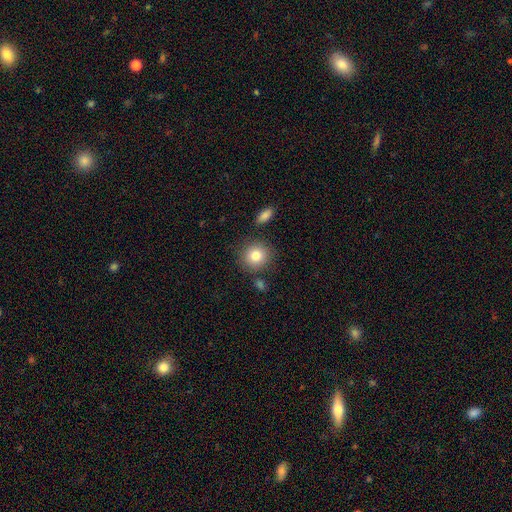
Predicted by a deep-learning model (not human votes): Smooth or featured? smooth (81%)
How rounded? round (89%)
Merging? none (83%)